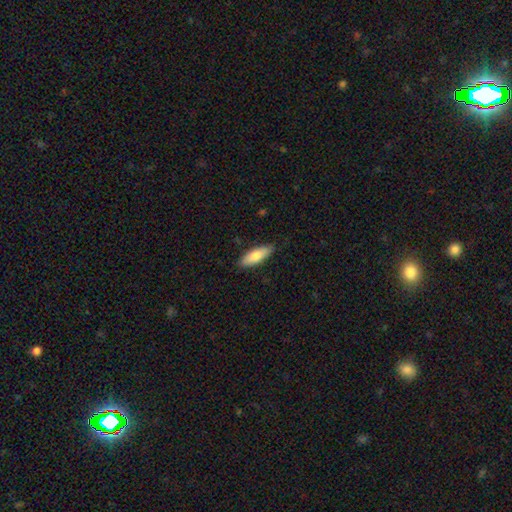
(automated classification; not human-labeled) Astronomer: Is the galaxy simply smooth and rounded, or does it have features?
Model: smooth — 78%.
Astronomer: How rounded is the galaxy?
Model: in between — 59% (runner-up: cigar-shaped, 39%).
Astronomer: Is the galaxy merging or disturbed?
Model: none — 86%.